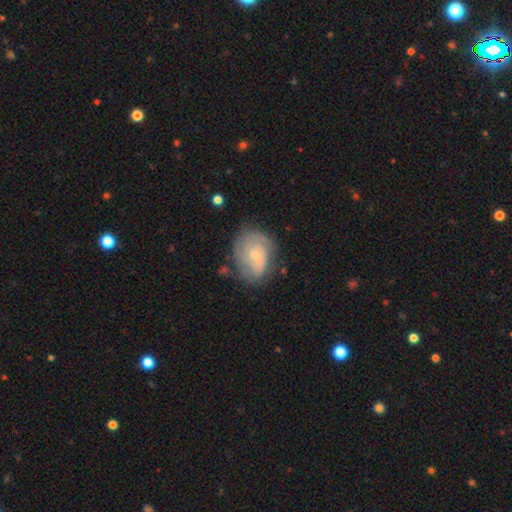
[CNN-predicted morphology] type=featured or disk (60%); edge-on=no (97%); bar=no (74%); spiral arms=yes (82%); bulge=small (72%); merging=none (61%).